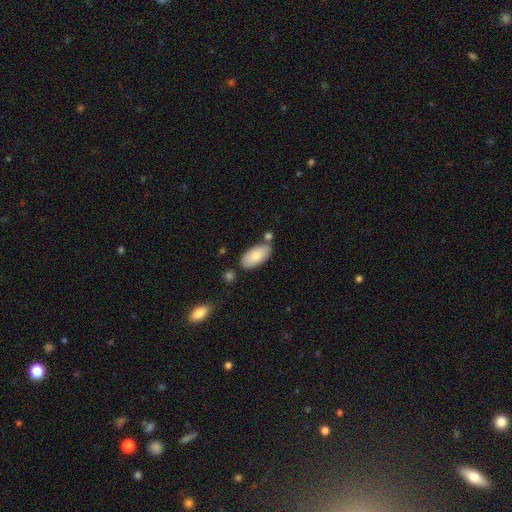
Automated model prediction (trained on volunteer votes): Smooth or featured: smooth — 79% (featured or disk — 16%)
How rounded: in between — 94% (cigar-shaped — 4%)
Merging: none — 72% (minor disturbance — 15%)